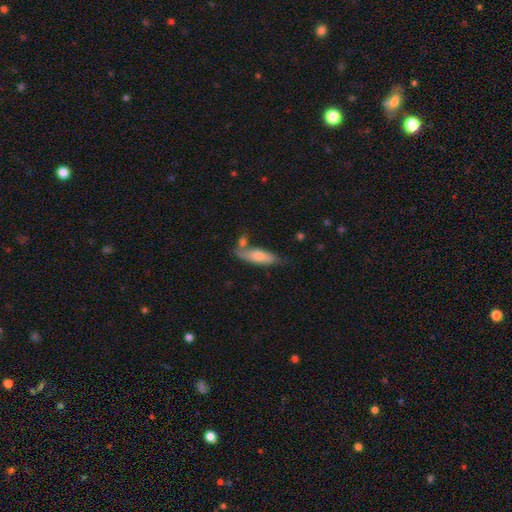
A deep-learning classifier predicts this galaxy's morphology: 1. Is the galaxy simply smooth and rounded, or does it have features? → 64% smooth, 30% featured or disk, 7% star or artifact.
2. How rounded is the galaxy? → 55% cigar-shaped, 43% in between, 2% round.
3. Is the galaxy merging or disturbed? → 55% none, 22% minor disturbance, 16% merger, 7% major disturbance.